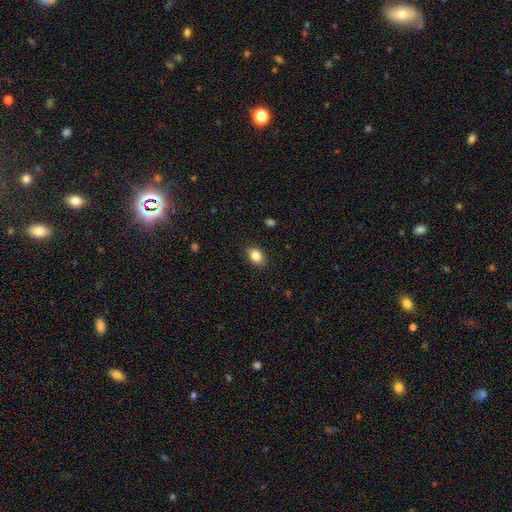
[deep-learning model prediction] smooth-or-featured: smooth: 86% | star or artifact: 9% | featured or disk: 6%
  how-rounded: in between: 78% | round: 21% | cigar-shaped: 1%
  merging: none: 87% | minor disturbance: 10% | major disturbance: 2% | merger: 1%